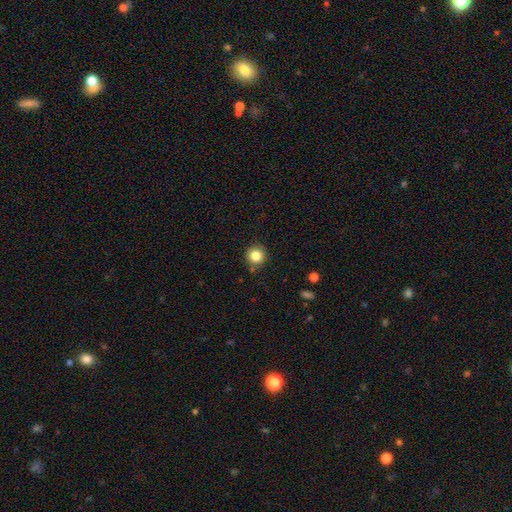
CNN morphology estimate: smooth_or_featured: smooth (p=0.83) [alt: star or artifact p=0.11]
how_rounded: round (p=0.94) [alt: in between p=0.05]
merging: none (p=0.87) [alt: minor disturbance p=0.08]